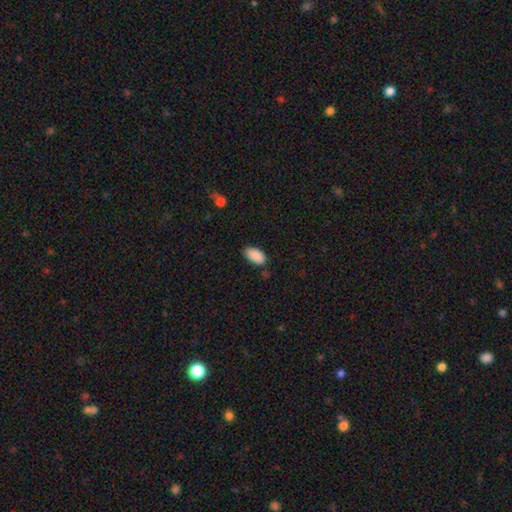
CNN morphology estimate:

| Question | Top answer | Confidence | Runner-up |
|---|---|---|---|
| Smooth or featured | smooth | 90% | star or artifact (7%) |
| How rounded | in between | 95% | round (3%) |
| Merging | none | 80% | minor disturbance (15%) |